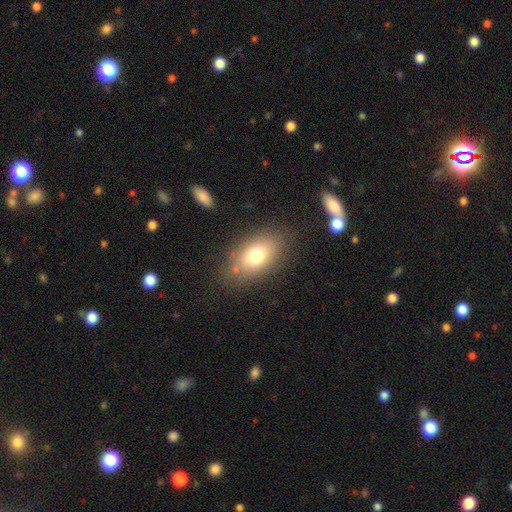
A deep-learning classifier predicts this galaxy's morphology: Smooth or featured: smooth — 74% (featured or disk — 16%)
How rounded: in between — 87% (round — 10%)
Merging: none — 77% (minor disturbance — 14%)